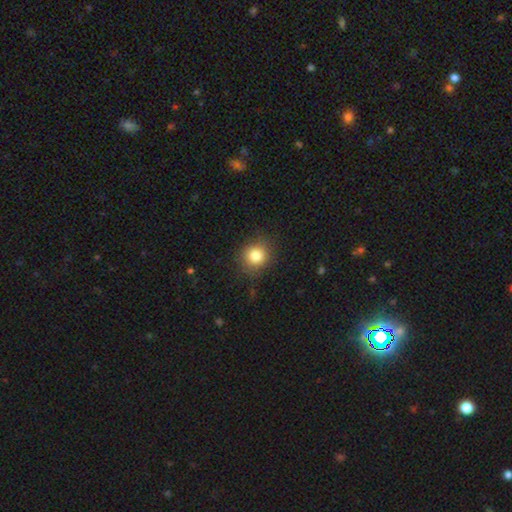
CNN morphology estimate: This appears to be a smooth galaxy with no disk features (82%) that is round (86%). Merging: none (84%).